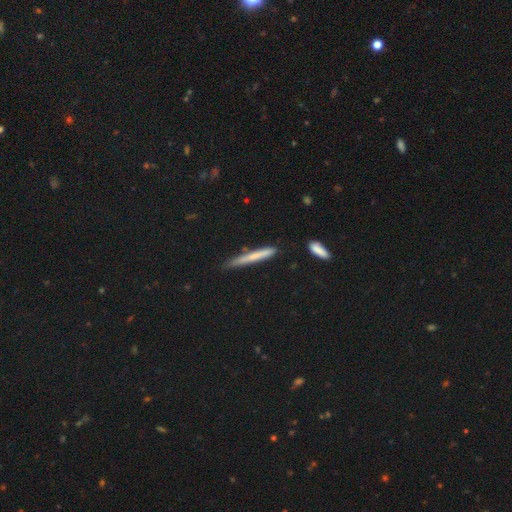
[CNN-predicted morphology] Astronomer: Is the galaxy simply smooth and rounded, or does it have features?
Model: smooth — 66%.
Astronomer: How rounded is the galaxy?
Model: cigar-shaped — 96%.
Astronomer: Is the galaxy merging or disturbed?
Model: none — 76%.